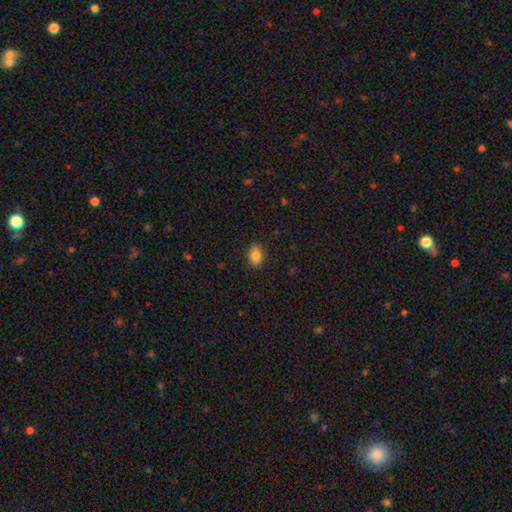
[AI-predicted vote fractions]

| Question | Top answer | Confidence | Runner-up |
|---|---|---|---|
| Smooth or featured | smooth | 84% | star or artifact (9%) |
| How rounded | in between | 83% | round (16%) |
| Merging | none | 87% | minor disturbance (10%) |